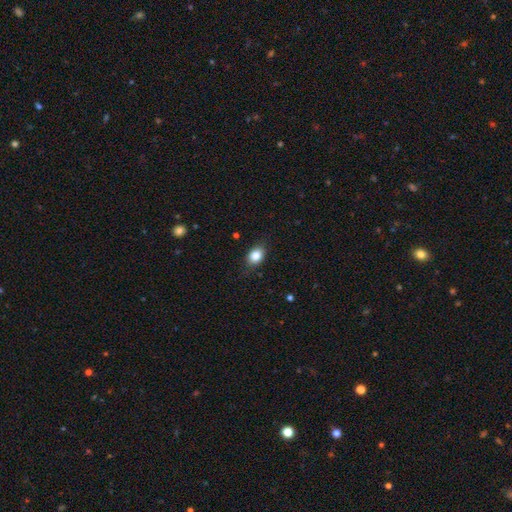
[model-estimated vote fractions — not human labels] Overall: smooth (83%). How rounded: in between (69%; round 29%). Merging: none (80%).